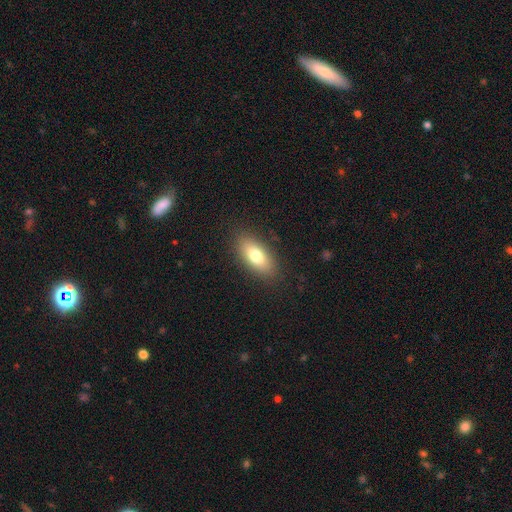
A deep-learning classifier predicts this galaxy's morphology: Q: Smooth or featured?
A: smooth (76%); runner-up: featured or disk (16%)
Q: How rounded?
A: in between (84%); runner-up: cigar-shaped (12%)
Q: Merging?
A: none (87%); runner-up: minor disturbance (10%)